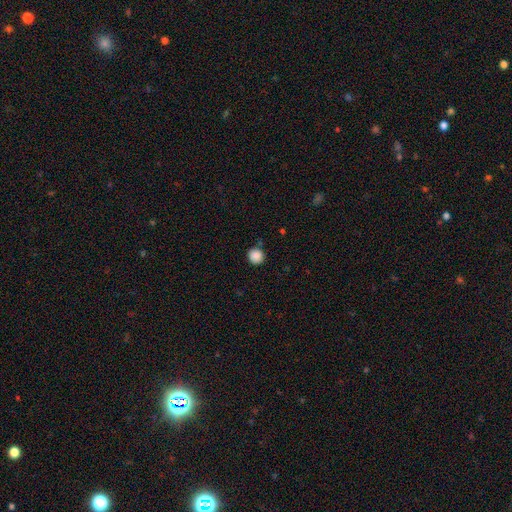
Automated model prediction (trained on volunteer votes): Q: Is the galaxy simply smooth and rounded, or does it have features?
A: smooth — 88%.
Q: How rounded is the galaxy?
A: round — 94%.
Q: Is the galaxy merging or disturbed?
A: none — 85%.